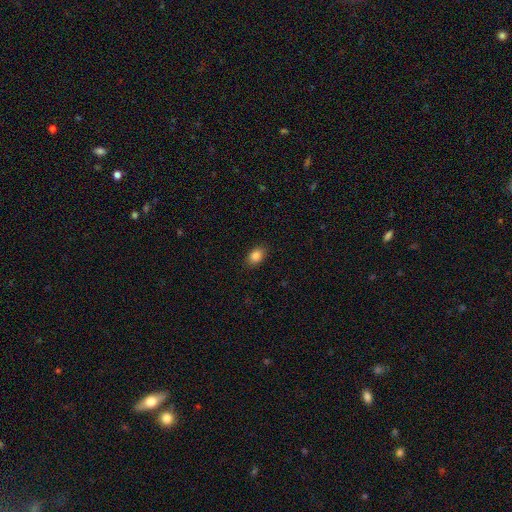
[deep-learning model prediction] Morphology: type=smooth (86%); roundness=in between (81%); merging=none (88%).